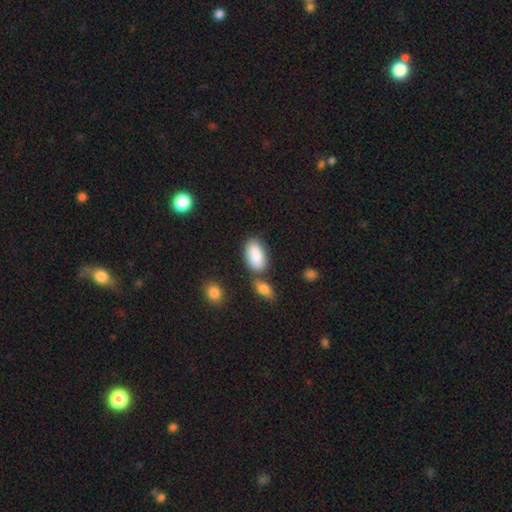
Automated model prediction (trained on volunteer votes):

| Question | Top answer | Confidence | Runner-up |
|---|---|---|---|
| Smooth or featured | smooth | 89% | star or artifact (6%) |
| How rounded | in between | 94% | cigar-shaped (3%) |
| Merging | none | 64% | merger (19%) |